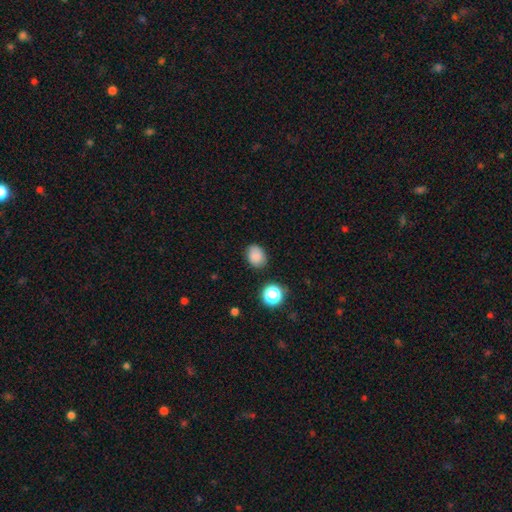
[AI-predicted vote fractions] The model was most divided on "how rounded": in between: 53%, round: 46%, cigar-shaped: 1%. More confident: smooth or featured — smooth (83%); merging — none (81%).